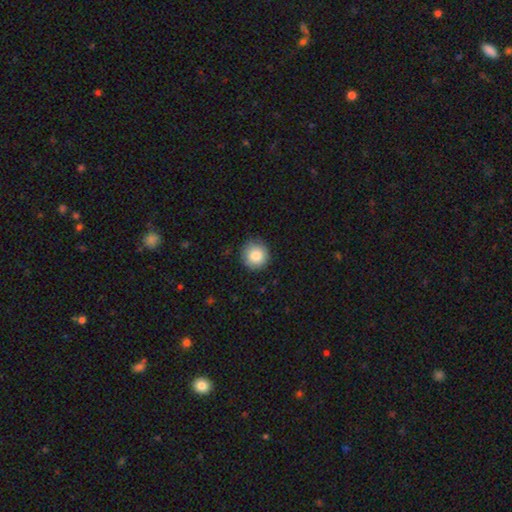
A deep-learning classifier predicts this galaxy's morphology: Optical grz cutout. It shows a smooth galaxy with no disk features (85%) that is round (94%). Merging: none (87%).